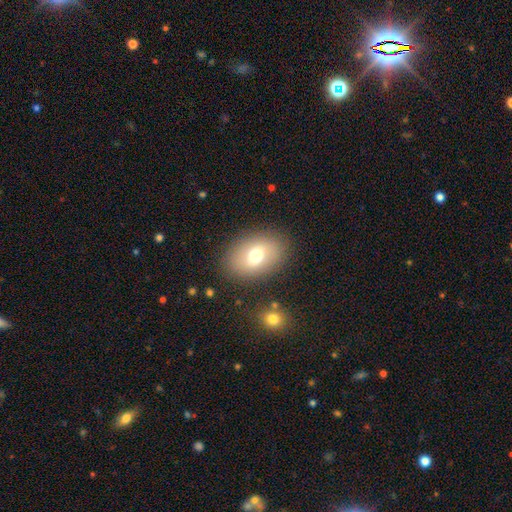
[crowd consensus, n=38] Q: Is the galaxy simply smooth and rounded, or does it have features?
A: smooth — 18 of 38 (47%).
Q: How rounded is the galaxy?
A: in between — 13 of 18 (72%).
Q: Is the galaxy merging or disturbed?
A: none — 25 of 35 (71%).